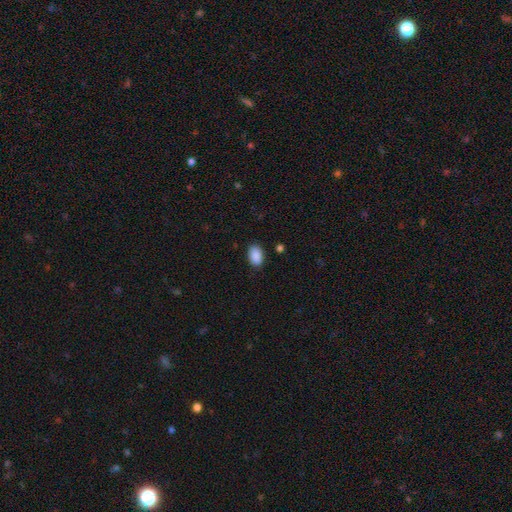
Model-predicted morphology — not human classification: Smooth or featured? smooth (90%)
How rounded? in between (90%)
Merging? none (86%)